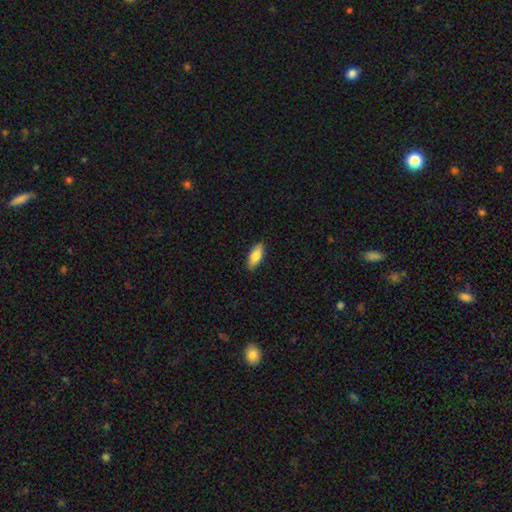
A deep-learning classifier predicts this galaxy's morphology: Overall: smooth (81%). How rounded: in between (82%). Merging: none (89%).